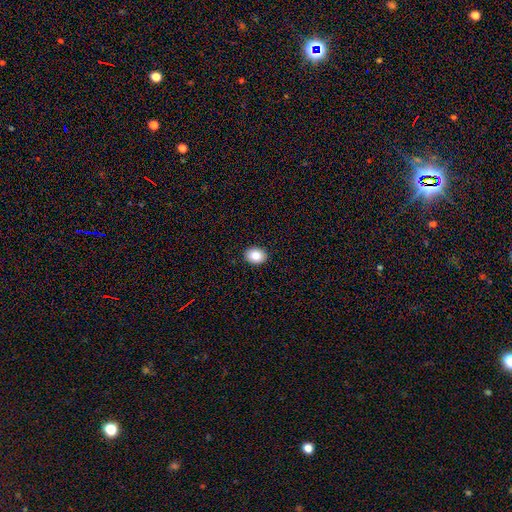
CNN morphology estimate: Q: Smooth or featured?
A: smooth (85%); runner-up: star or artifact (8%)
Q: How rounded?
A: in between (58%); runner-up: round (41%)
Q: Merging?
A: none (91%); runner-up: minor disturbance (6%)